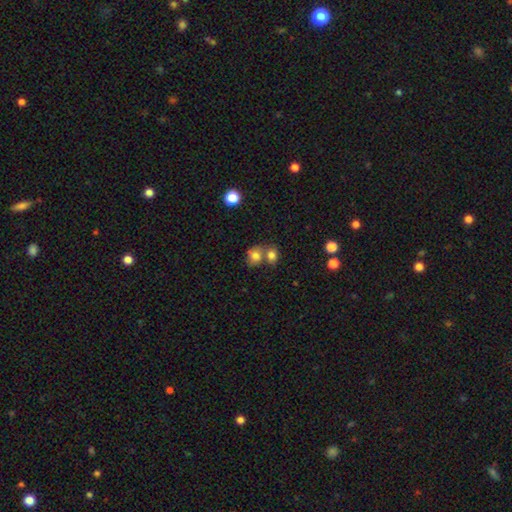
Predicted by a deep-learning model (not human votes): Q: Smooth or featured?
A: smooth (77%); runner-up: featured or disk (12%)
Q: How rounded?
A: round (65%); runner-up: in between (33%)
Q: Merging?
A: merger (53%); runner-up: none (35%)